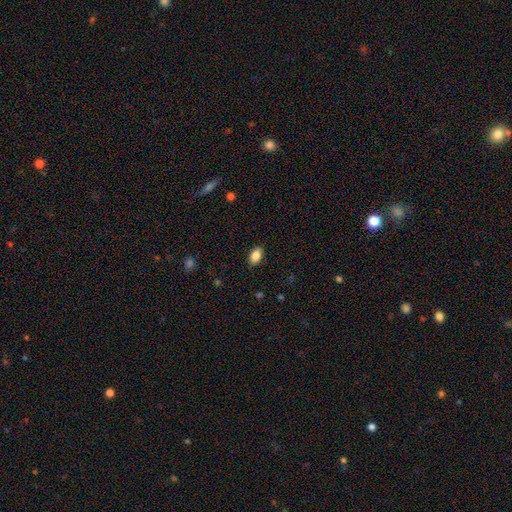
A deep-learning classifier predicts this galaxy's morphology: Smooth or featured?
  - smooth: 86% *
  - star or artifact: 8%
  - featured or disk: 7%
How rounded?
  - in between: 91% *
  - round: 6%
  - cigar-shaped: 3%
Merging?
  - none: 88% *
  - minor disturbance: 9%
  - major disturbance: 2%
  - merger: 1%